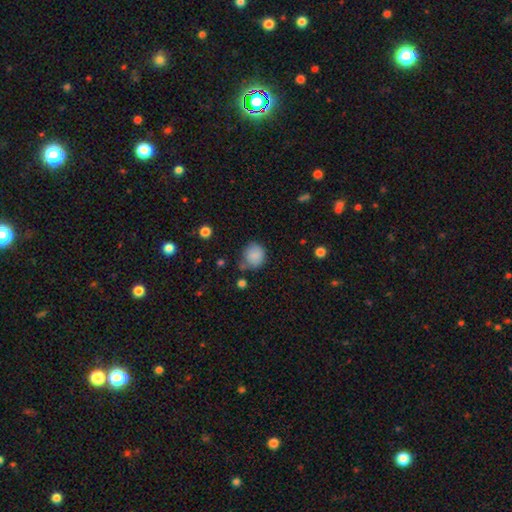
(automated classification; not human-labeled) smooth 86%, star or artifact 9%, featured or disk 5%. Down the decision tree: how rounded — round (80%); merging — none (70%).